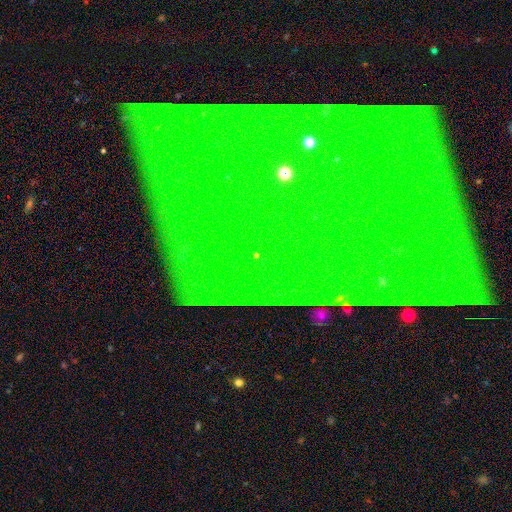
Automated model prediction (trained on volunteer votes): Morphology: type=star or artifact (82%).